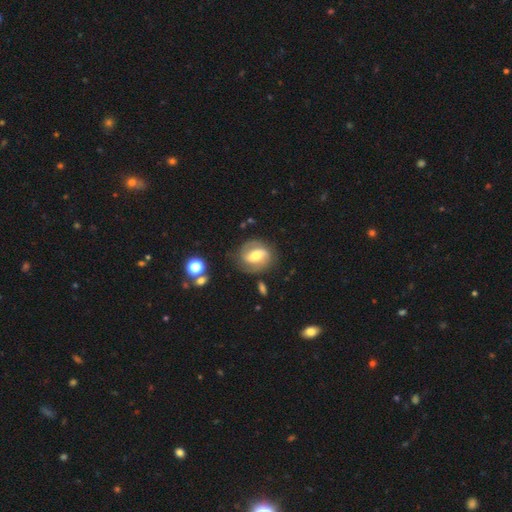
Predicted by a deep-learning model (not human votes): A featured or disk galaxy (70%) with a weak bar (41%), 2 (82%) medium (43%) spiral arms (87%) and a moderate central bulge (64%). Merging: none (77%).